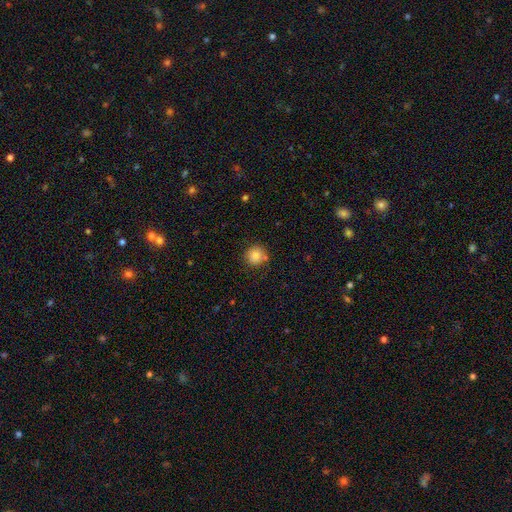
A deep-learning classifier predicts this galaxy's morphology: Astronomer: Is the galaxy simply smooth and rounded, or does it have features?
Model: smooth — 84%.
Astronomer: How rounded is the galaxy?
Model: round — 92%.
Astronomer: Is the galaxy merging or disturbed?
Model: none — 79%.